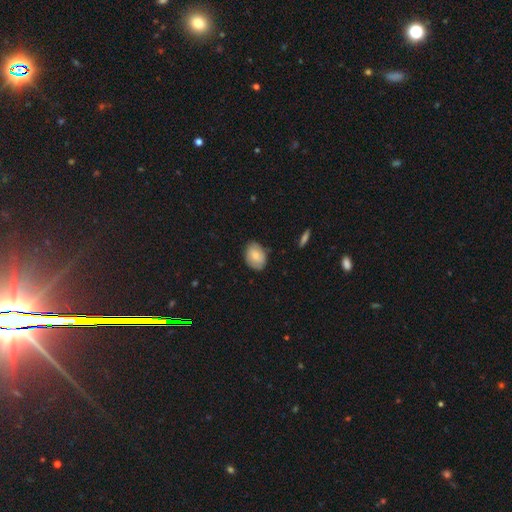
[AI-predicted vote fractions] Smooth or featured: smooth — 76% (featured or disk — 17%)
How rounded: in between — 78% (round — 21%)
Merging: none — 76% (minor disturbance — 20%)